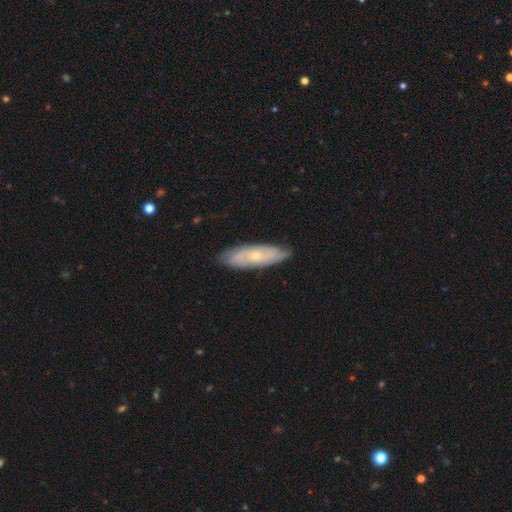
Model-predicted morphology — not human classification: This is possibly a featured or disk galaxy (59%). It is likely not viewed edge-on (75%). Merging: clearly none (83%).